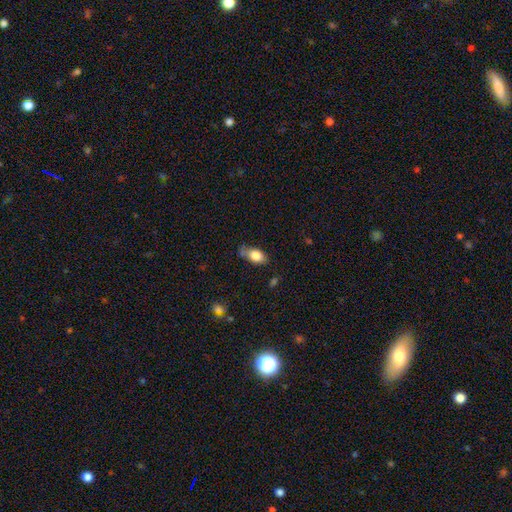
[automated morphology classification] Overall: smooth (80%). How rounded: in between (85%). Merging: none (56%; minor disturbance 31%).